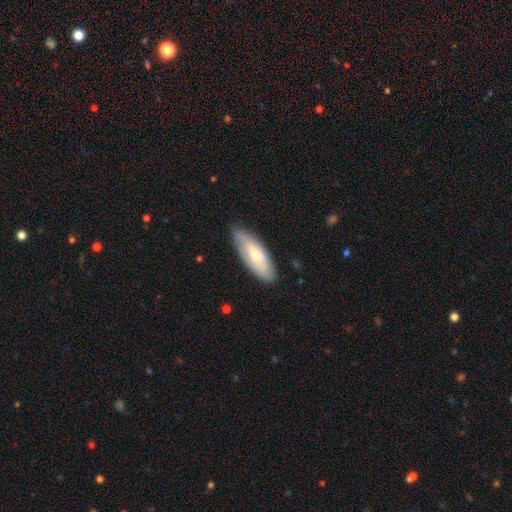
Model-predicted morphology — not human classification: smooth 63%, featured or disk 31%, star or artifact 5%. Down the decision tree: how rounded — in between (65%); merging — none (79%).